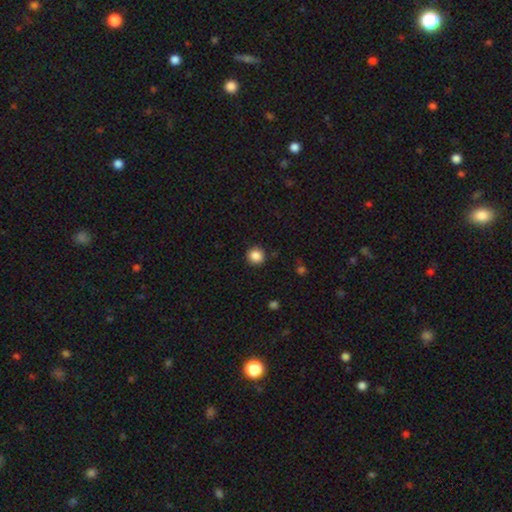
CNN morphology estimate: Smooth or featured?
  - smooth: 87% *
  - star or artifact: 10%
  - featured or disk: 3%
How rounded?
  - round: 93% *
  - in between: 6%
  - cigar-shaped: 1%
Merging?
  - none: 91% *
  - minor disturbance: 6%
  - major disturbance: 2%
  - merger: 1%